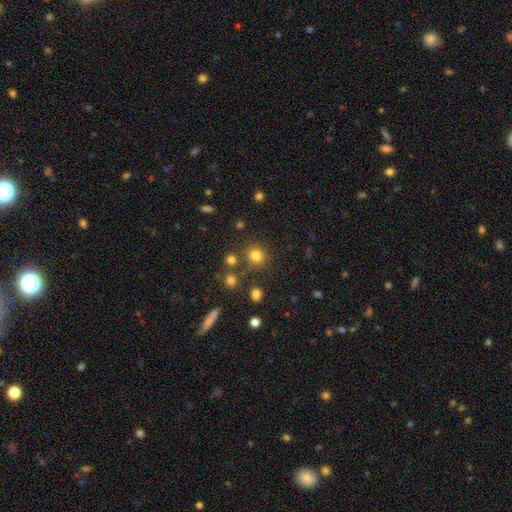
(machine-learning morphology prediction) The model was most divided on "smooth or featured": smooth: 80%, star or artifact: 15%, featured or disk: 6%. More confident: how rounded — round (88%); merging — none (79%).